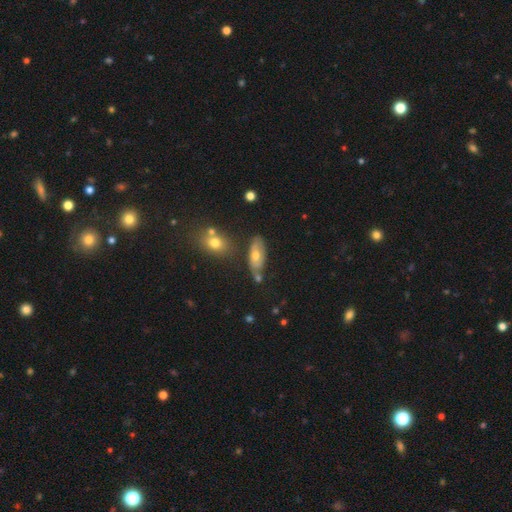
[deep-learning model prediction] Smooth or featured? Predicted: smooth (p=0.45). Merging? Predicted: none (p=0.66).